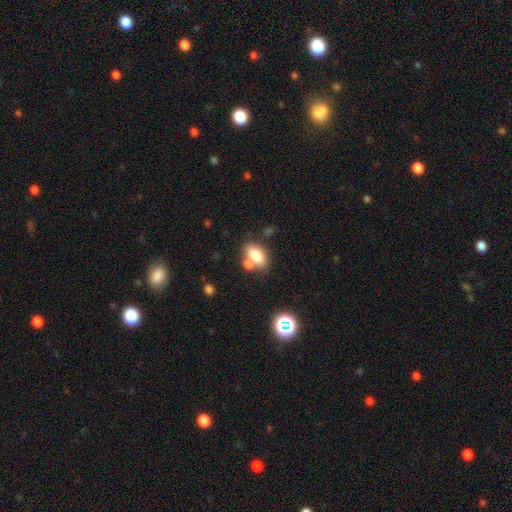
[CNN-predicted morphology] smooth-or-featured: smooth: 76% | featured or disk: 14% | star or artifact: 10%
  how-rounded: in between: 85% | round: 12% | cigar-shaped: 3%
  merging: none: 53% | merger: 29% | minor disturbance: 13% | major disturbance: 5%